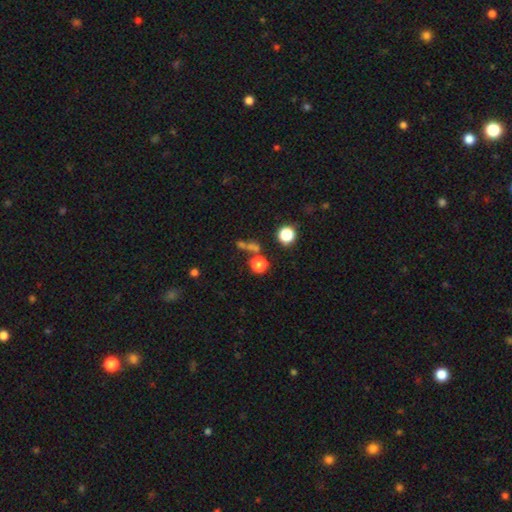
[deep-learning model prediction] Overall: star or artifact (49%; smooth 36%).